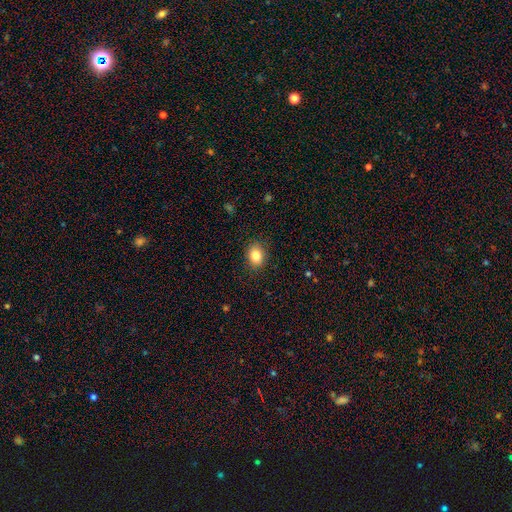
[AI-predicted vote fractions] A smooth galaxy with no disk features (85%) that is in between round and cigar-shaped (63%). Merging: none (87%).